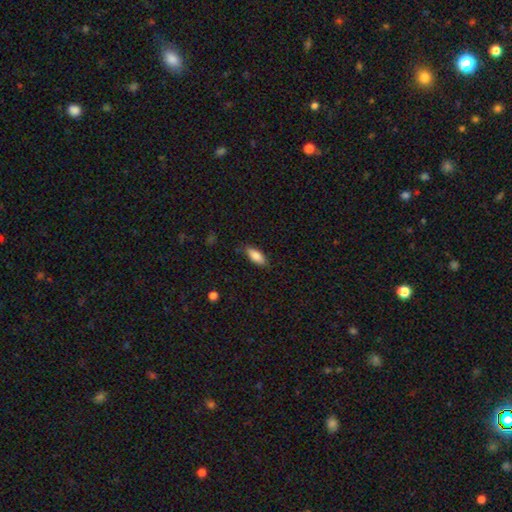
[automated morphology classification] Smooth or featured?
  - smooth: 84% *
  - featured or disk: 10%
  - star or artifact: 6%
How rounded?
  - in between: 76% *
  - cigar-shaped: 22%
  - round: 2%
Merging?
  - none: 83% *
  - minor disturbance: 13%
  - major disturbance: 3%
  - merger: 1%